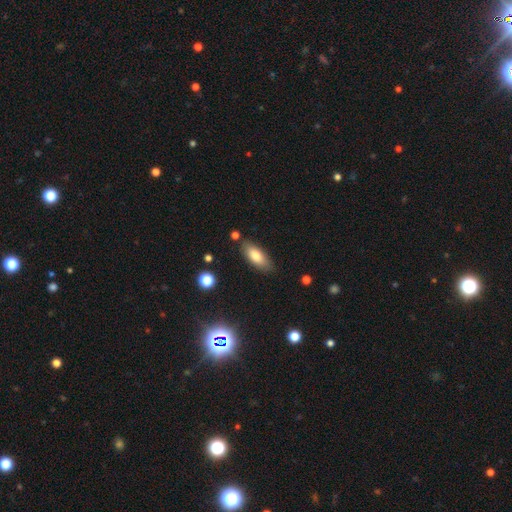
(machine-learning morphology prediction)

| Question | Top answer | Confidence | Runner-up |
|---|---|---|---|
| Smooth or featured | smooth | 77% | featured or disk (16%) |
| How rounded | in between | 78% | cigar-shaped (20%) |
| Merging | none | 82% | minor disturbance (12%) |